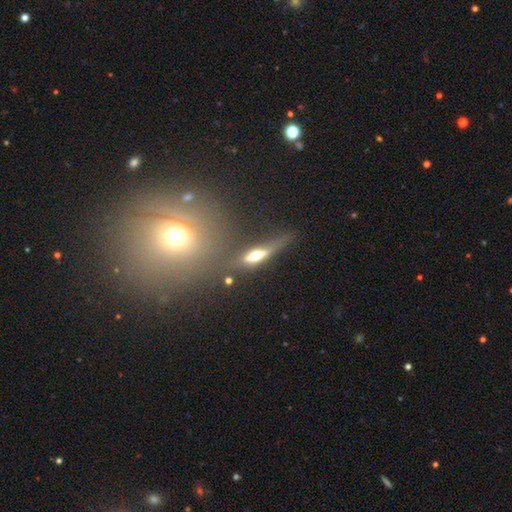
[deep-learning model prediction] Smooth or featured: featured or disk — 49% (smooth — 40%)
Merging: none — 55% (minor disturbance — 19%)